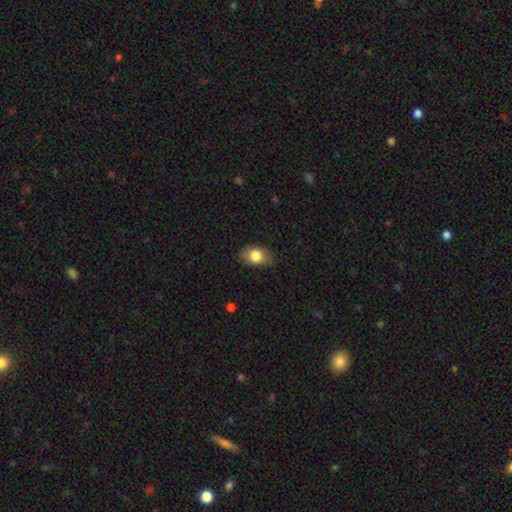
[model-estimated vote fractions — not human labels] Smooth or featured?
  - smooth: 81% *
  - featured or disk: 11%
  - star or artifact: 8%
How rounded?
  - in between: 79% *
  - round: 19%
  - cigar-shaped: 2%
Merging?
  - none: 78% *
  - minor disturbance: 17%
  - major disturbance: 4%
  - merger: 1%